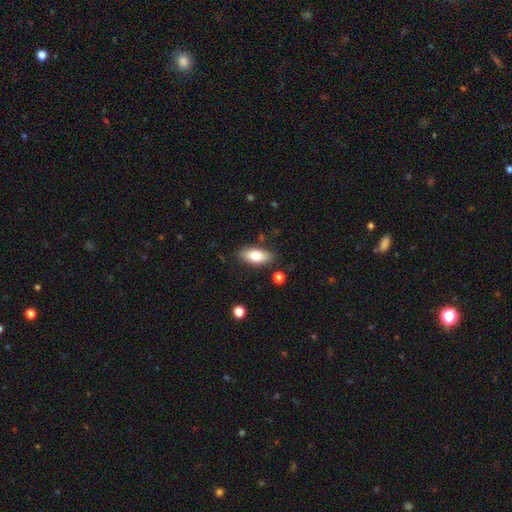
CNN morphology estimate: Smooth or featured? Predicted: smooth (p=0.77). How rounded? Predicted: in between (p=0.87). Merging? Predicted: none (p=0.84).